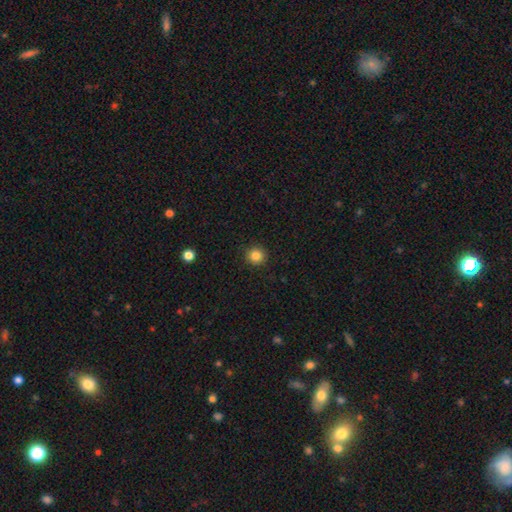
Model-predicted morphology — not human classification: type=smooth (85%); roundness=round (94%); merging=none (92%).